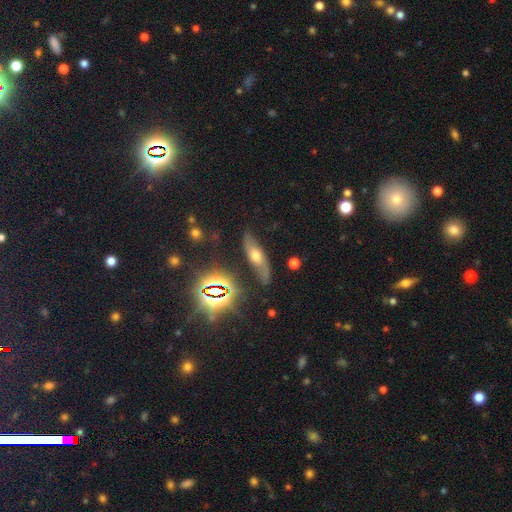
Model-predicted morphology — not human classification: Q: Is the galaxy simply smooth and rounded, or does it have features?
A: featured or disk — 50%.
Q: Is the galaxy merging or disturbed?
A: none — 69%.